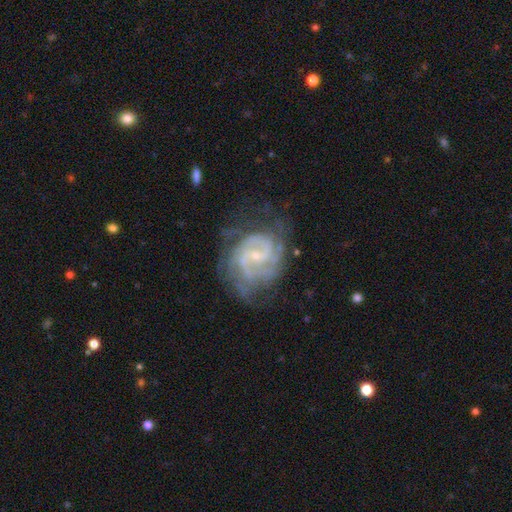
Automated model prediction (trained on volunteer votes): Smooth or featured?
  - featured or disk: 89% *
  - star or artifact: 6%
  - smooth: 5%
Edge-on disk?
  - no: 98% *
  - yes: 2%
Bar?
  - weak: 48% *
  - no: 39%
  - strong: 13%
Spiral arms?
  - yes: 97% *
  - no: 3%
Spiral winding?
  - tight: 52% *
  - medium: 40%
  - loose: 8%
Spiral arm count?
  - 2: 41% *
  - can't tell: 20%
  - 3: 20%
  - 4: 8%
  - 1: 5%
  - more than 4: 5%
Bulge size?
  - small: 78% *
  - moderate: 17%
  - none: 3%
  - large: 1%
  - dominant: 1%
Merging?
  - none: 61% *
  - minor disturbance: 22%
  - major disturbance: 15%
  - merger: 2%